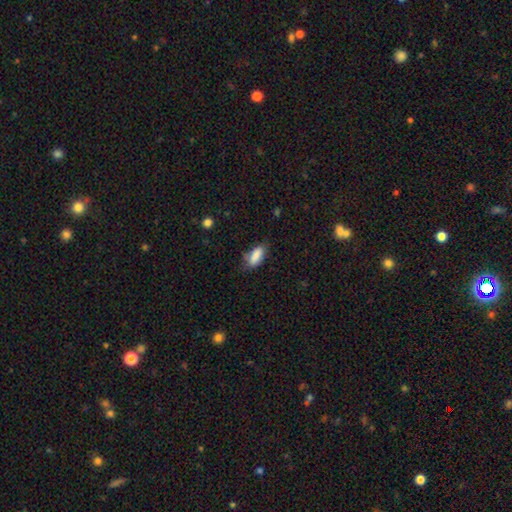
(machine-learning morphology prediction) The model was most divided on "merging": none: 60%, minor disturbance: 29%, major disturbance: 7%, merger: 4%. More confident: smooth or featured — smooth (83%); how rounded — in between (78%).